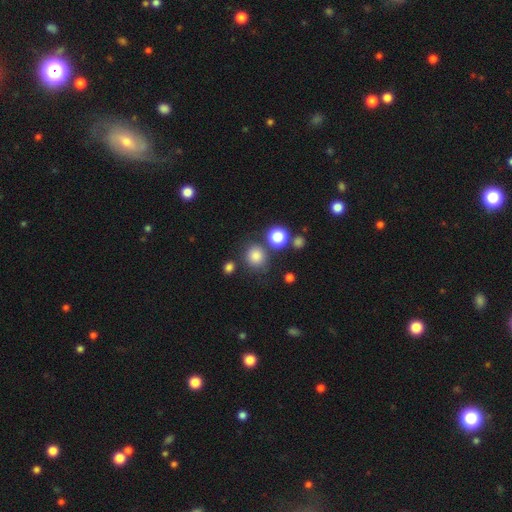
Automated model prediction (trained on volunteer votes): Morphology: type=smooth (81%); roundness=round (82%); merging=none (75%).